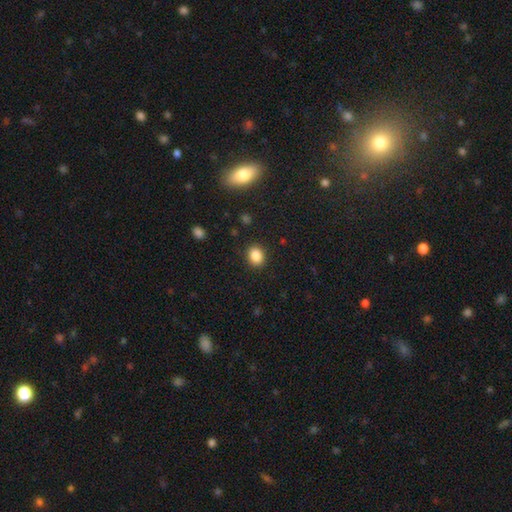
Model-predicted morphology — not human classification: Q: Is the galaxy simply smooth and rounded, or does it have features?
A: smooth — 85%.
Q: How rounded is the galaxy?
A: round — 50%.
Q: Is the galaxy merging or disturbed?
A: none — 89%.